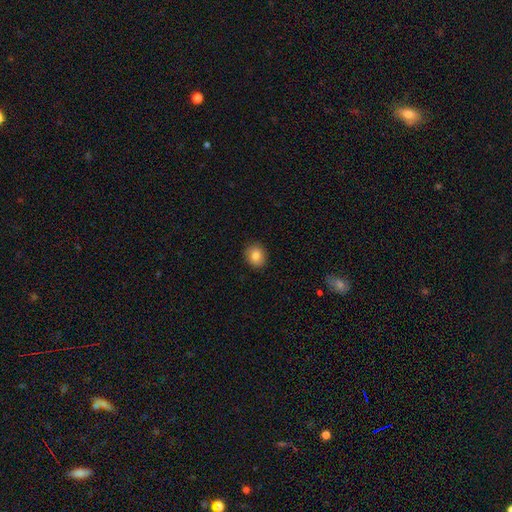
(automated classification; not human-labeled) smooth_or_featured: smooth (p=0.85) [alt: star or artifact p=0.09]
how_rounded: round (p=0.69) [alt: in between p=0.30]
merging: none (p=0.89) [alt: minor disturbance p=0.08]